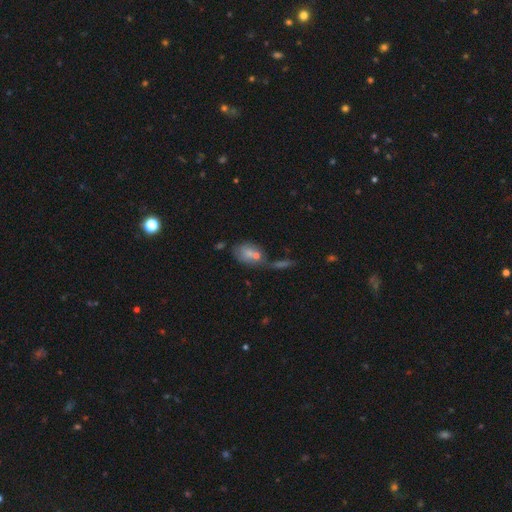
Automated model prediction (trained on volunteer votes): Morphology: type=smooth (68%); roundness=in between (77%); merging=merger (38%).